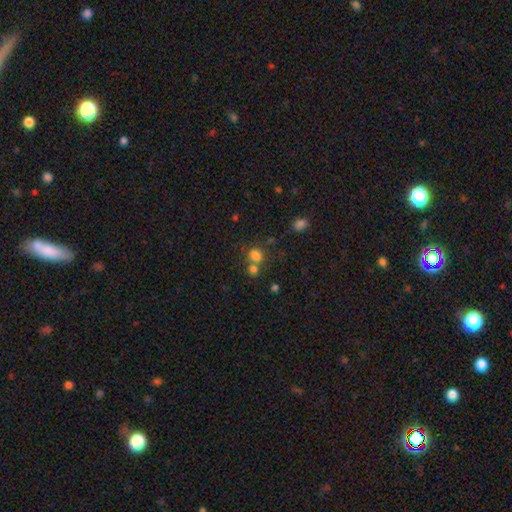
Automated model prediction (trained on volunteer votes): A smooth galaxy with no disk features (76%) that is round (64%).

Vote fractions:
- Smooth or featured? smooth: 76% / star or artifact: 16% / featured or disk: 8%
- How rounded? round: 64% / in between: 35% / cigar-shaped: 1%
- Merging? none: 48% / merger: 37% / minor disturbance: 10% / major disturbance: 5%